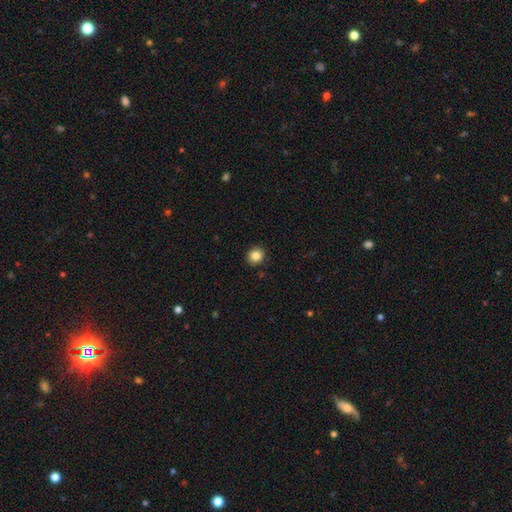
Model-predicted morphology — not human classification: Q: Smooth or featured?
A: smooth (85%); runner-up: star or artifact (10%)
Q: How rounded?
A: round (88%); runner-up: in between (11%)
Q: Merging?
A: none (91%); runner-up: minor disturbance (6%)